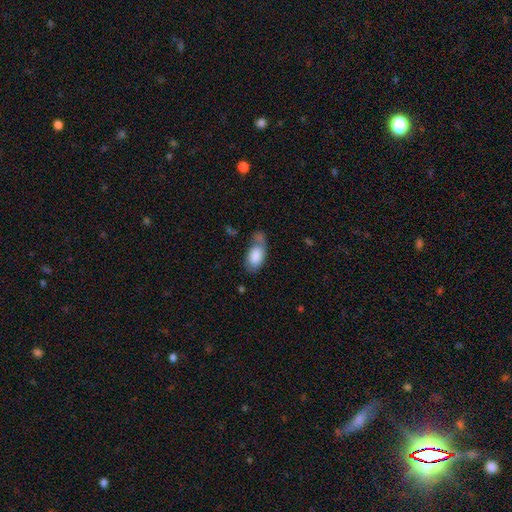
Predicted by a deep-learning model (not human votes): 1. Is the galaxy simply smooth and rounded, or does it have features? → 82% smooth, 11% featured or disk, 7% star or artifact.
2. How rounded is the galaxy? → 92% in between, 5% round, 3% cigar-shaped.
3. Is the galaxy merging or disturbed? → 39% none, 26% minor disturbance, 19% merger, 15% major disturbance.